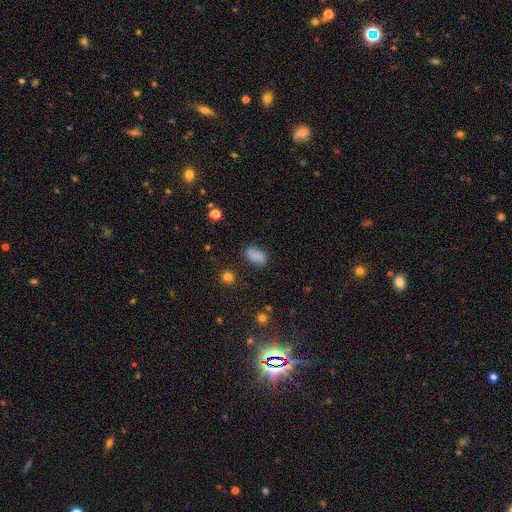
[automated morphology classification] smooth_or_featured: smooth (p=0.83) [alt: star or artifact p=0.10]
how_rounded: in between (p=0.89) [alt: round p=0.06]
merging: none (p=0.77) [alt: minor disturbance p=0.16]